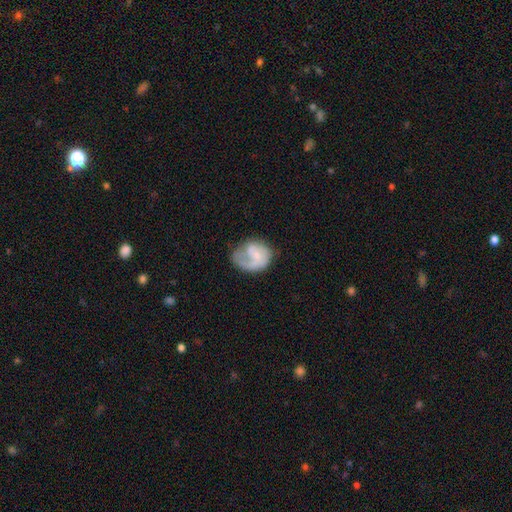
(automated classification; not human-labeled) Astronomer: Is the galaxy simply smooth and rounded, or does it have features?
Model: featured or disk — 51% (runner-up: smooth, 42%).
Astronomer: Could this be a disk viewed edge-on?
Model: no — 98%.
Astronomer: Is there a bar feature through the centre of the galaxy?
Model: no — 65%.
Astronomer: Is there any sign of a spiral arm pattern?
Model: yes — 70%.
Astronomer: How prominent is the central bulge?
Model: small — 52%.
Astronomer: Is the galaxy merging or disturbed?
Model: none — 36% (runner-up: major disturbance, 34%).